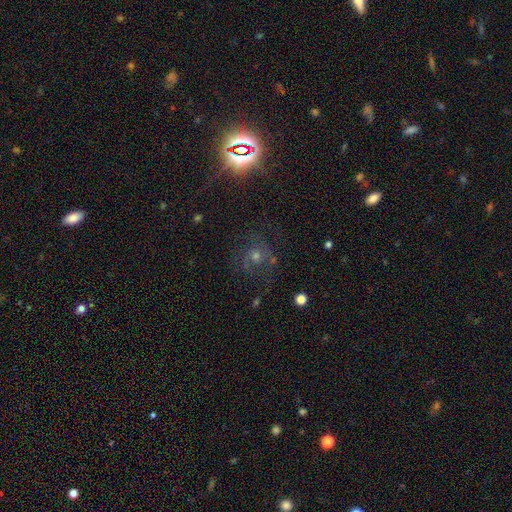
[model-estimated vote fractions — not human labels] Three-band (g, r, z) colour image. It shows a star or artifact, not a galaxy (41%).